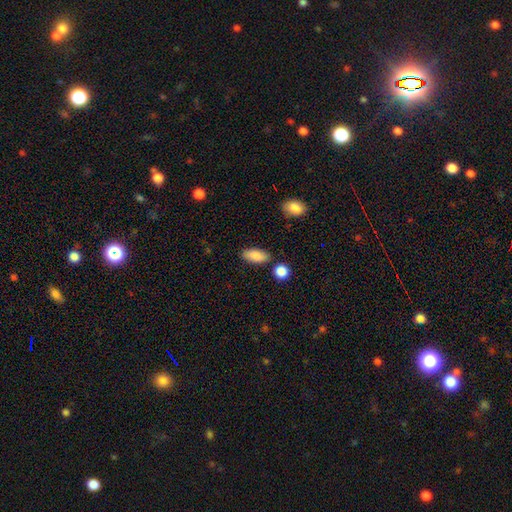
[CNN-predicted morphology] A smooth galaxy with no disk features (87%) that is in between round and cigar-shaped (87%).

Vote fractions:
- Smooth or featured? smooth: 87% / star or artifact: 7% / featured or disk: 6%
- How rounded? in between: 87% / cigar-shaped: 10% / round: 3%
- Merging? none: 83% / minor disturbance: 10% / merger: 4% / major disturbance: 2%